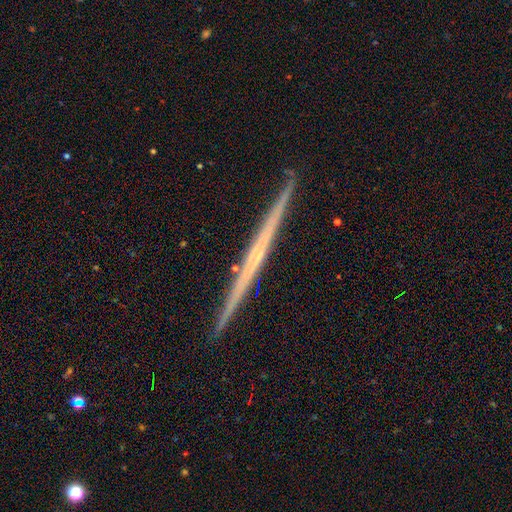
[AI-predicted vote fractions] The model was most divided on "edge-on bulge": none: 72%, rounded: 23%, boxy: 5%. More confident: edge-on disk — yes (98%); merging — none (93%); smooth or featured — featured or disk (76%).